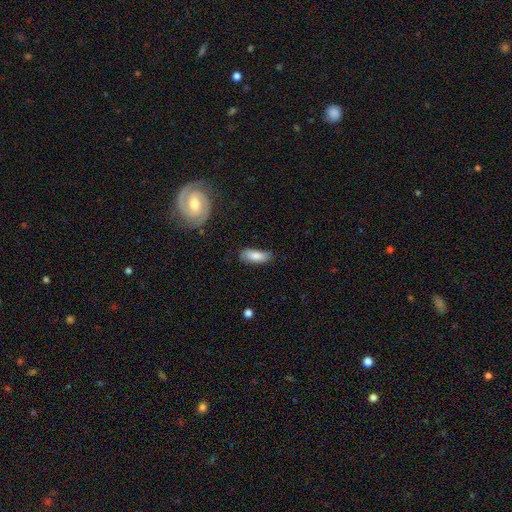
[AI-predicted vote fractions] smooth-or-featured: smooth: 82% | featured or disk: 11% | star or artifact: 7%
  how-rounded: in between: 74% | cigar-shaped: 24% | round: 2%
  merging: none: 73% | minor disturbance: 21% | major disturbance: 4% | merger: 2%